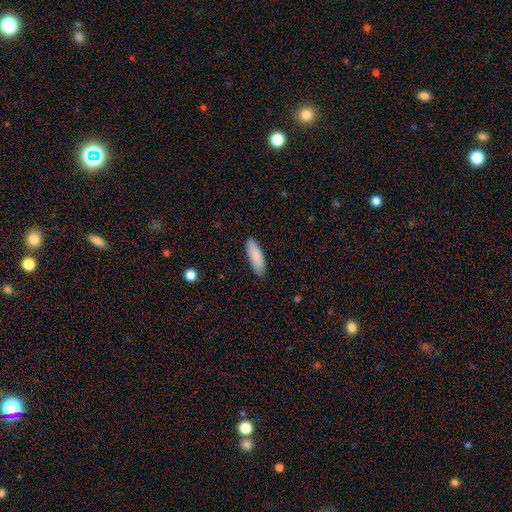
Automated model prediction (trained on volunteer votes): Smooth or featured?
  - smooth: 86% *
  - featured or disk: 9%
  - star or artifact: 6%
How rounded?
  - in between: 50% *
  - cigar-shaped: 49%
  - round: 2%
Merging?
  - none: 86% *
  - minor disturbance: 11%
  - major disturbance: 2%
  - merger: 1%